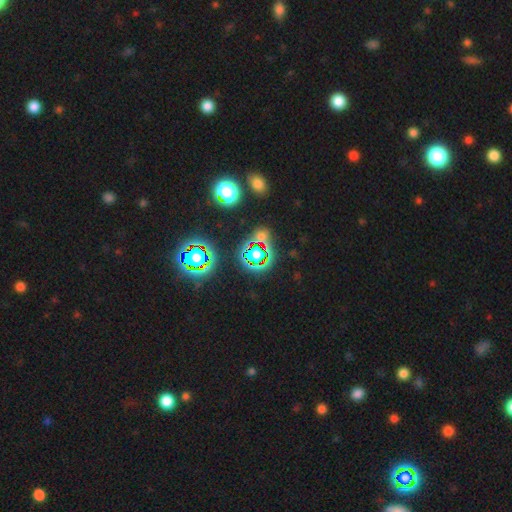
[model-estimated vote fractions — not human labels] Smooth or featured? star or artifact (71%)